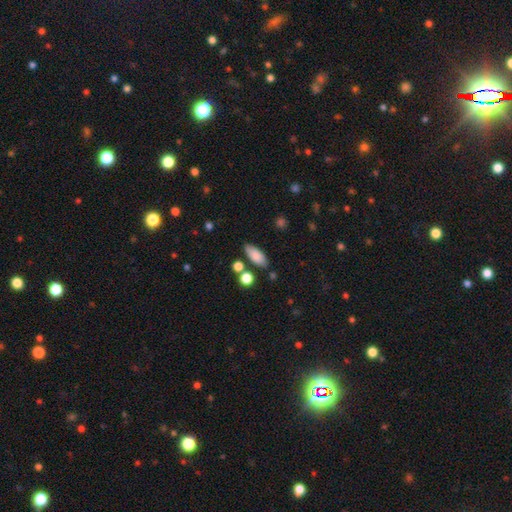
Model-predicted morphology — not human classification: type=smooth (84%); roundness=in between (81%); merging=none (77%).